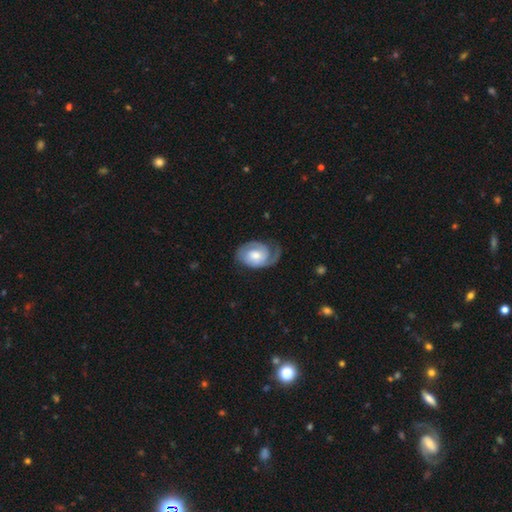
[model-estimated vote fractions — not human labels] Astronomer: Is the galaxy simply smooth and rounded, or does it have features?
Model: featured or disk — 73%.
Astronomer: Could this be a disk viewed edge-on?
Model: no — 97%.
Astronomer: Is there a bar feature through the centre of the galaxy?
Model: no — 61%.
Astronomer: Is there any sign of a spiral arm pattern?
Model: yes — 92%.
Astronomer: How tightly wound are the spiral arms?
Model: tight — 51% (runner-up: medium, 35%).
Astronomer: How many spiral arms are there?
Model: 2 — 50% (runner-up: 1, 32%).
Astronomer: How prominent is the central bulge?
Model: moderate — 58%.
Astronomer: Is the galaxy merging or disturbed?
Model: none — 54%.